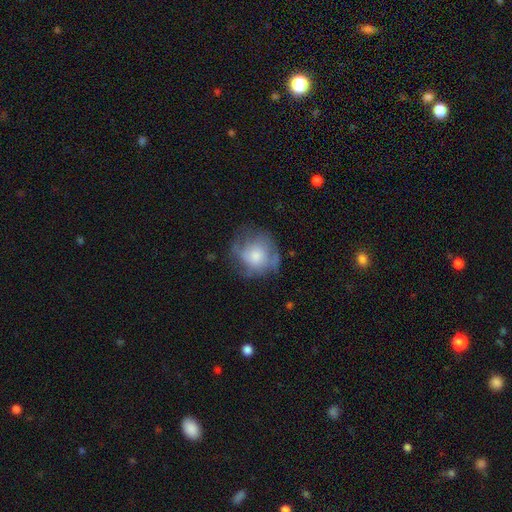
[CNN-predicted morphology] smooth_or_featured: smooth (p=0.56) [alt: featured or disk p=0.35]
how_rounded: round (p=0.82) [alt: in between p=0.17]
merging: none (p=0.52) [alt: minor disturbance p=0.27]